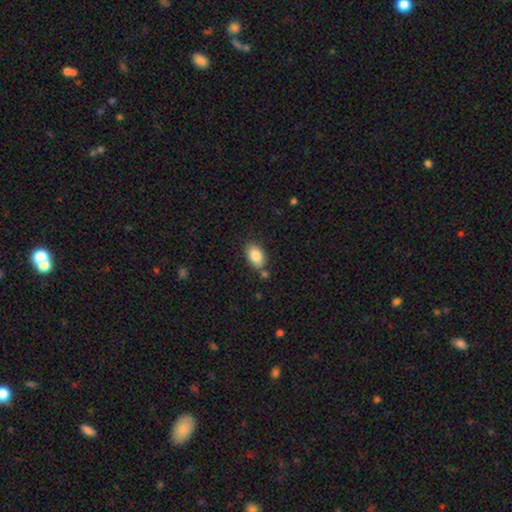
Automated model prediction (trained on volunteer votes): Overall: smooth (85%). How rounded: in between (91%). Merging: none (75%).